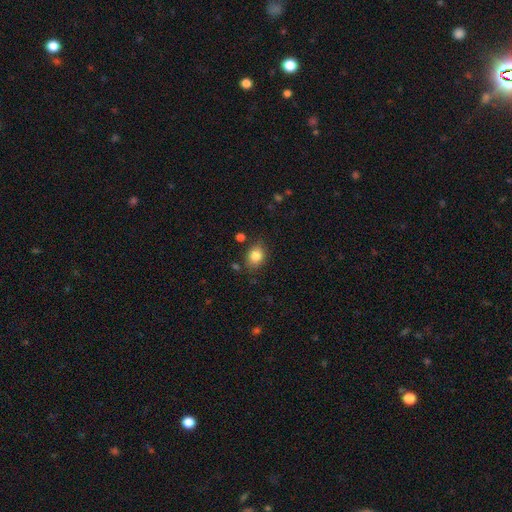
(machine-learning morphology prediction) A smooth galaxy with no disk features (84%) that is in between round and cigar-shaped (56%). Merging: none (79%).